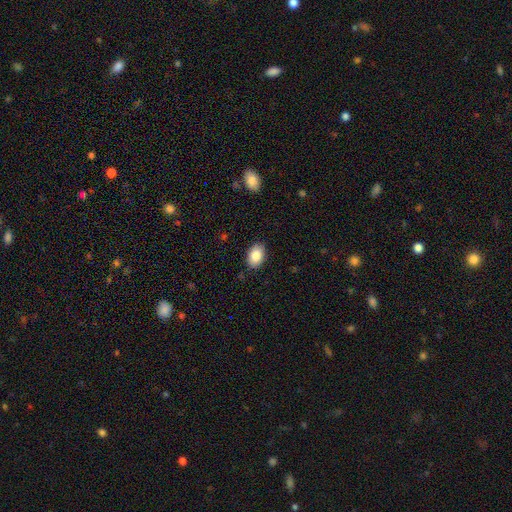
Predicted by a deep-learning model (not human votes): This appears to be a smooth galaxy with no disk features (85%) that is in between round and cigar-shaped (87%). Merging: none (88%).